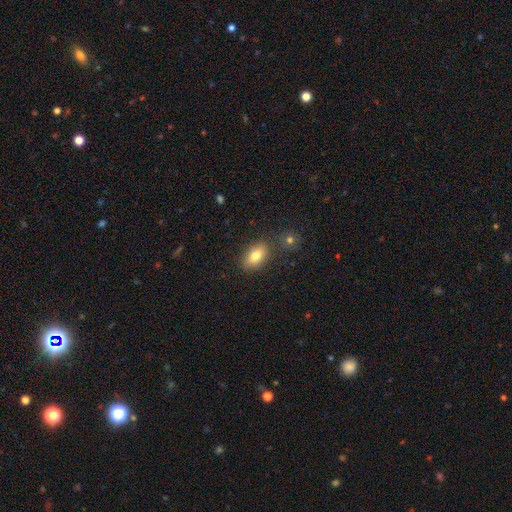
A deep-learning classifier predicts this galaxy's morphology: smooth-or-featured: smooth: 81% | featured or disk: 10% | star or artifact: 8%
  how-rounded: in between: 88% | round: 9% | cigar-shaped: 3%
  merging: none: 79% | minor disturbance: 12% | merger: 7% | major disturbance: 3%